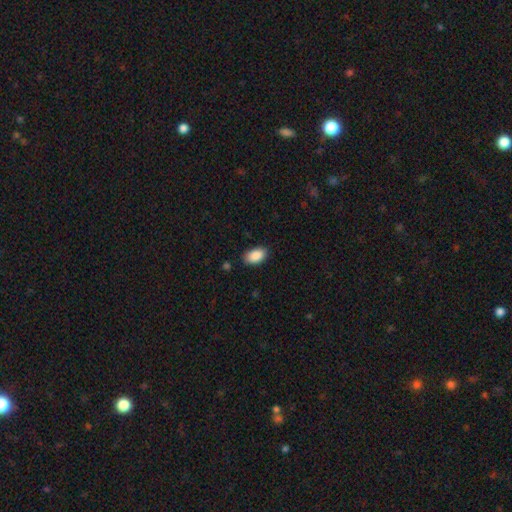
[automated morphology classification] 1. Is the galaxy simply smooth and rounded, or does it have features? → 90% smooth, 7% star or artifact, 4% featured or disk.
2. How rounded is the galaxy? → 93% in between, 5% round, 2% cigar-shaped.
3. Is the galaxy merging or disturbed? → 86% none, 10% minor disturbance, 2% major disturbance, 1% merger.